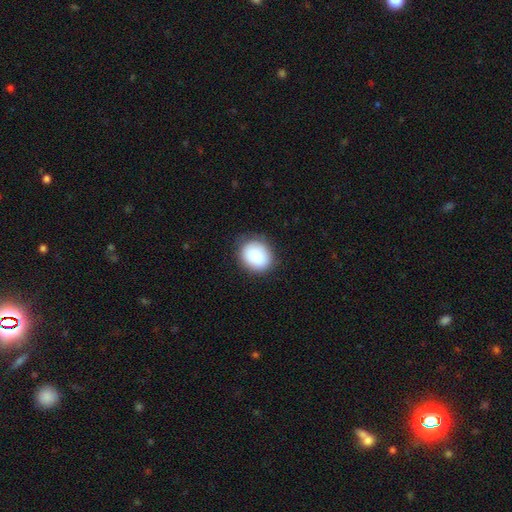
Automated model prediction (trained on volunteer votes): Smooth or featured? smooth (88%)
How rounded? round (60%)
Merging? none (81%)